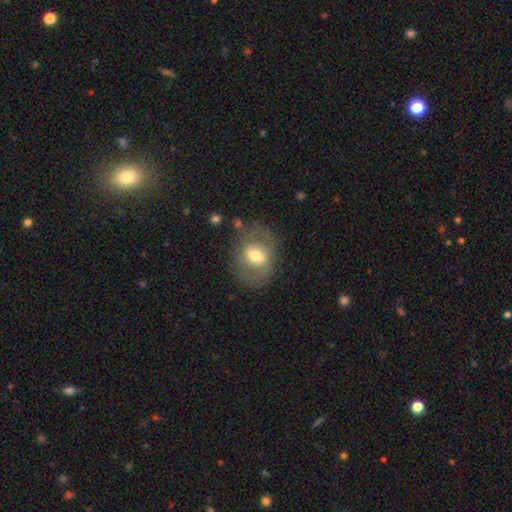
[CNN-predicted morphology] This is possibly a smooth galaxy (49%). Merging: likely none (71%).